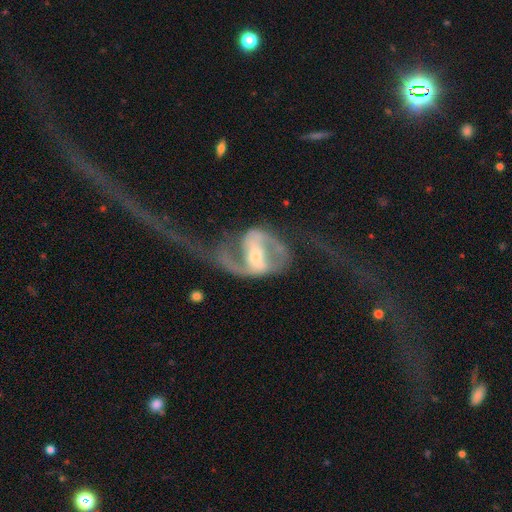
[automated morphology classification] Smooth or featured: featured or disk — 88% (smooth — 8%)
Edge-on disk: no — 96% (yes — 4%)
Bar: strong — 54% (weak — 33%)
Spiral arms: yes — 91% (no — 9%)
Spiral winding: loose — 58% (medium — 32%)
Spiral arm count: 2 — 87% (1 — 6%)
Bulge size: moderate — 48% (small — 41%)
Merging: major disturbance — 51% (none — 31%)